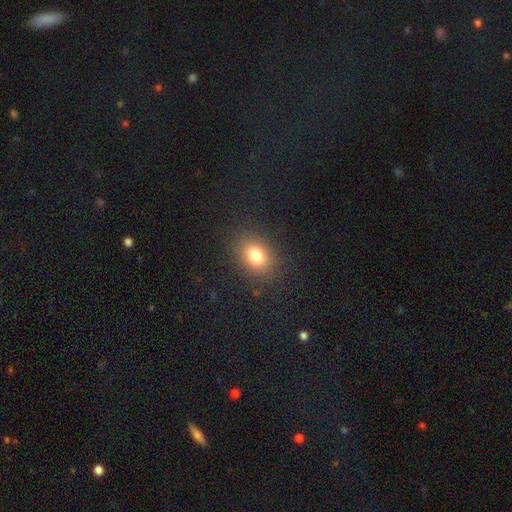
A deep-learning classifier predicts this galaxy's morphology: Q: Smooth or featured?
A: smooth (79%); runner-up: star or artifact (12%)
Q: How rounded?
A: in between (68%); runner-up: round (30%)
Q: Merging?
A: none (86%); runner-up: minor disturbance (9%)